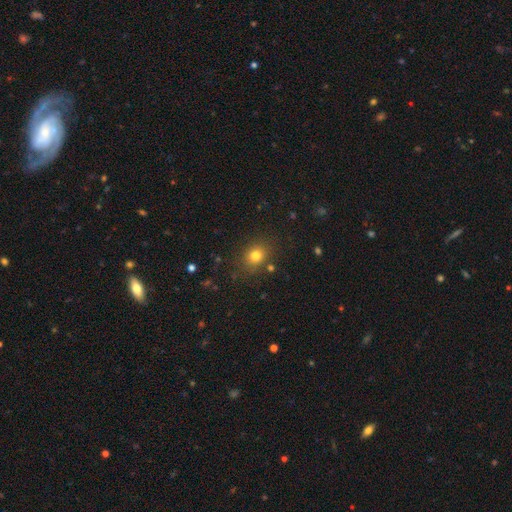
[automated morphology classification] The model was most divided on "how rounded": round: 65%, in between: 34%, cigar-shaped: 1%. More confident: merging — none (82%); smooth or featured — smooth (77%).